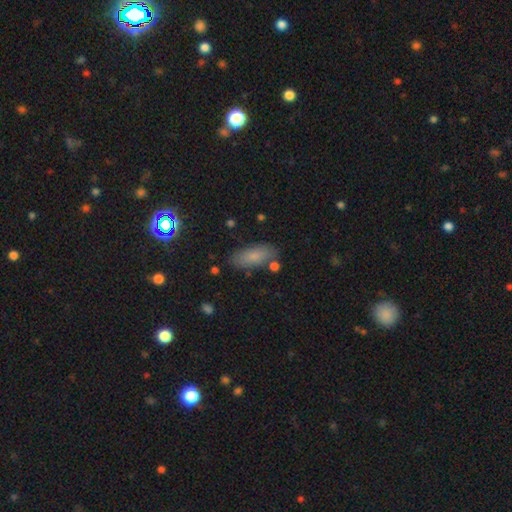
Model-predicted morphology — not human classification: Overall: smooth (81%). How rounded: in between (83%). Merging: none (77%).